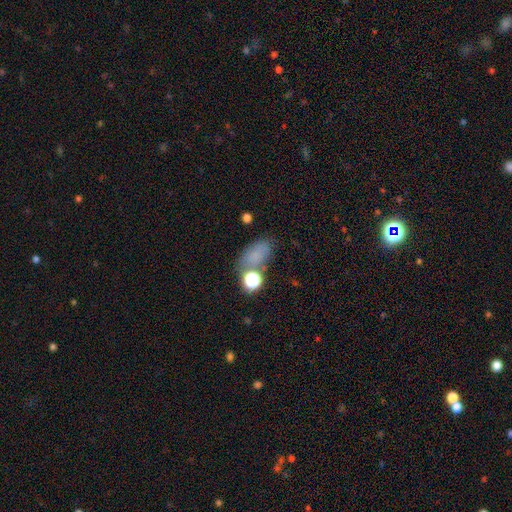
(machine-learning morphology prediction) A smooth galaxy with no disk features (68%) that is in between round and cigar-shaped (78%).

Vote fractions:
- Smooth or featured? smooth: 68% / star or artifact: 21% / featured or disk: 11%
- How rounded? in between: 78% / round: 18% / cigar-shaped: 4%
- Merging? none: 56% / minor disturbance: 18% / merger: 16% / major disturbance: 9%